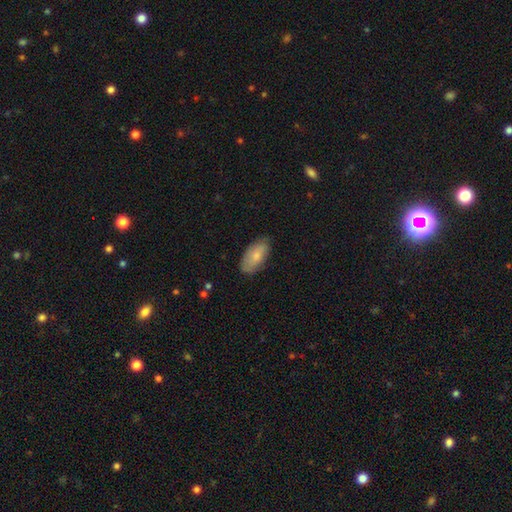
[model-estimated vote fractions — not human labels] smooth-or-featured: smooth: 78% | featured or disk: 16% | star or artifact: 6%
  how-rounded: in between: 92% | cigar-shaped: 5% | round: 3%
  merging: none: 77% | minor disturbance: 19% | major disturbance: 4% | merger: 1%